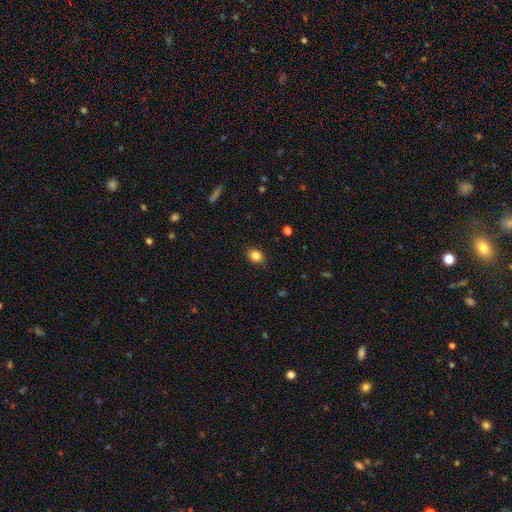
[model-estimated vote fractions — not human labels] Smooth or featured? Predicted: smooth (p=0.84). How rounded? Predicted: round (p=0.63). Merging? Predicted: none (p=0.88).